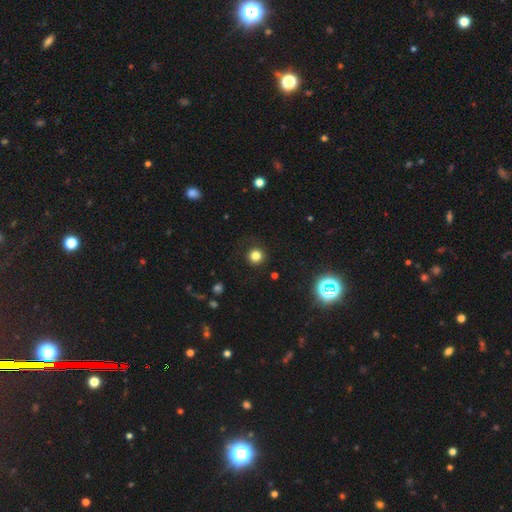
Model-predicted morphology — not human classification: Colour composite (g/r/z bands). It shows a smooth galaxy with no disk features (80%) that is round (95%). Merging: none (92%).